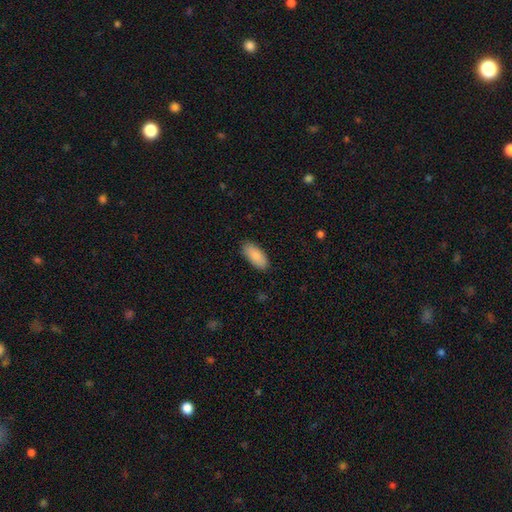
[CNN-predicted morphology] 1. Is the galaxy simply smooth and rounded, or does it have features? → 88% smooth, 6% featured or disk, 6% star or artifact.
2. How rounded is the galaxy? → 89% in between, 9% cigar-shaped, 2% round.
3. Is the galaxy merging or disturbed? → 86% none, 10% minor disturbance, 2% major disturbance, 1% merger.